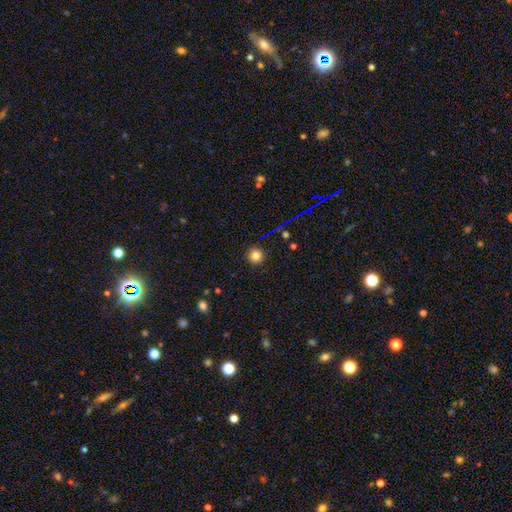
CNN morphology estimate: Smooth or featured: smooth — 81% (star or artifact — 13%)
How rounded: round — 94% (in between — 5%)
Merging: none — 92% (minor disturbance — 5%)